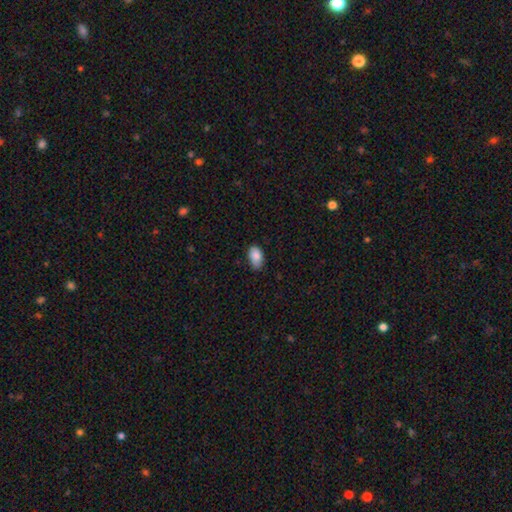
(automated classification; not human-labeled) This is clearly a smooth galaxy (87%). How rounded: clearly in between (92%). Merging: likely none (67%).